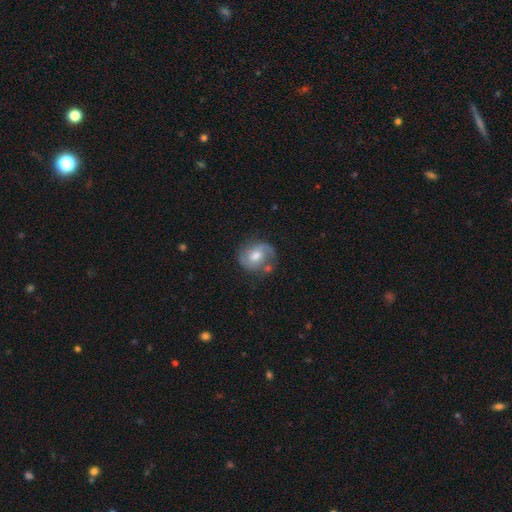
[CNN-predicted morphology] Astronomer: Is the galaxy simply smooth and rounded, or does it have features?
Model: featured or disk — 63%.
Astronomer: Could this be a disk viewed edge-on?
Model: no — 97%.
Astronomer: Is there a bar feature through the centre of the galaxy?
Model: no — 46% (runner-up: weak, 44%).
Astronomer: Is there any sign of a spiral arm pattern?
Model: yes — 87%.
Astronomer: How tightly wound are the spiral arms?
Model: medium — 48% (runner-up: loose, 27%).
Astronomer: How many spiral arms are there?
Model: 2 — 79%.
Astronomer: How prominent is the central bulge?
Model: moderate — 67%.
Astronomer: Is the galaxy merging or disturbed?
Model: none — 65%.